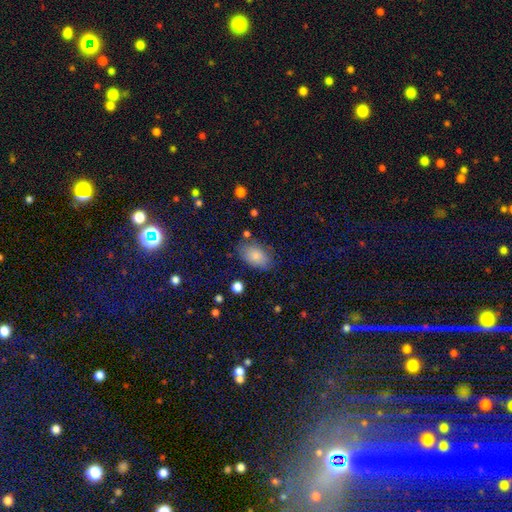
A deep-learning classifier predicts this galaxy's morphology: A smooth galaxy with no disk features (83%) that is in between round and cigar-shaped (91%). Merging: none (75%).